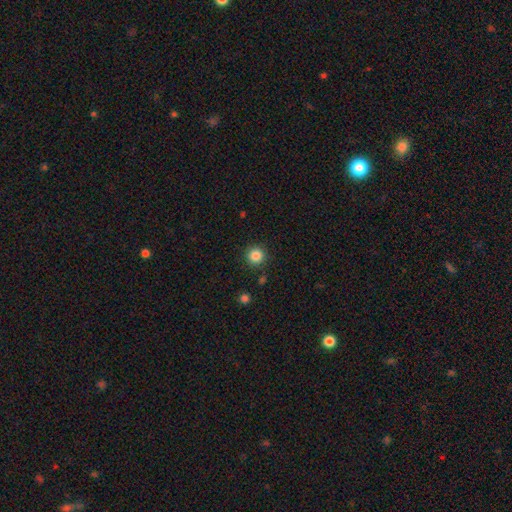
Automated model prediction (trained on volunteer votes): A smooth galaxy with no disk features (85%) that is round (95%). Merging: none (90%).